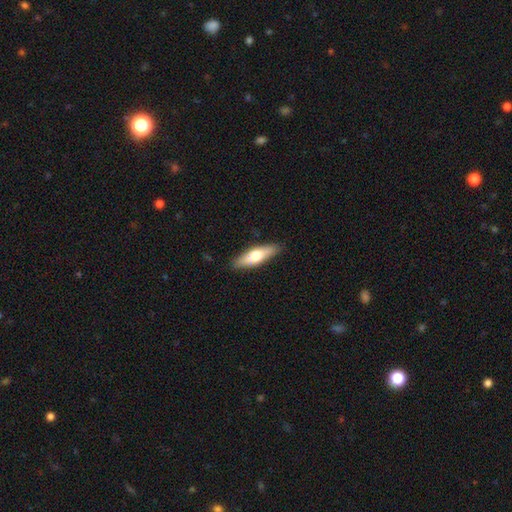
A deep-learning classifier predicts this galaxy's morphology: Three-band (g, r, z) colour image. It shows a smooth galaxy with no disk features (55%) that is cigar-shaped (54%). Merging: none (88%).